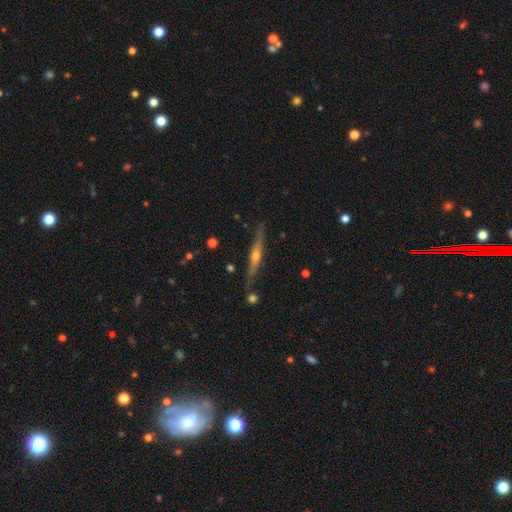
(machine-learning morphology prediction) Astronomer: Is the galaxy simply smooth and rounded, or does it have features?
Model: featured or disk — 75%.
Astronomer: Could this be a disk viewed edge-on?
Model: yes — 97%.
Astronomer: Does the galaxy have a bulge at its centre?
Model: rounded — 85%.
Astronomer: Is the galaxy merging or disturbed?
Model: none — 82%.